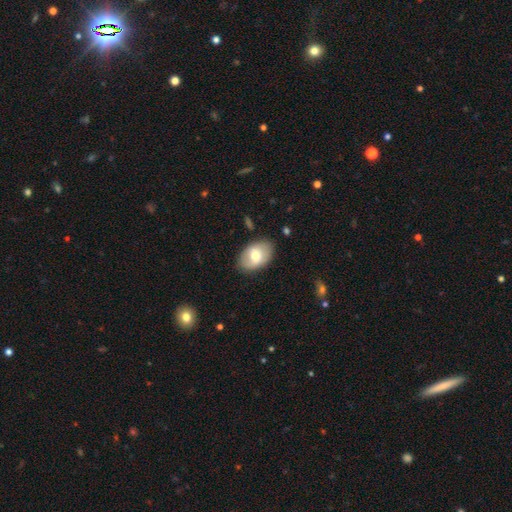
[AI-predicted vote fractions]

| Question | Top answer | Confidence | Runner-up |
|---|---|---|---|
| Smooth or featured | smooth | 62% | featured or disk (32%) |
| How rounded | in between | 89% | round (10%) |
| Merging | none | 81% | minor disturbance (14%) |